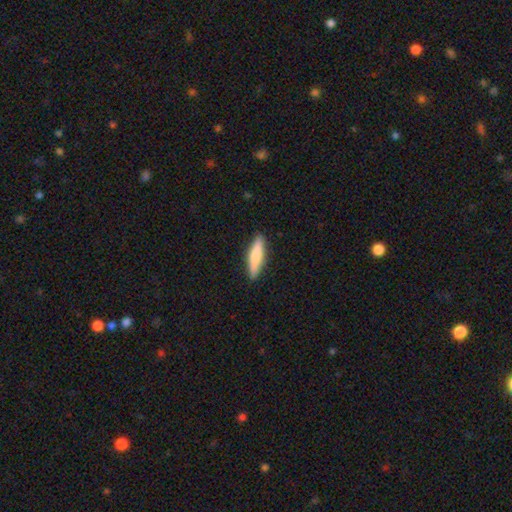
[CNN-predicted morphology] A smooth galaxy with no disk features (72%) that is cigar-shaped (79%). Merging: none (89%).